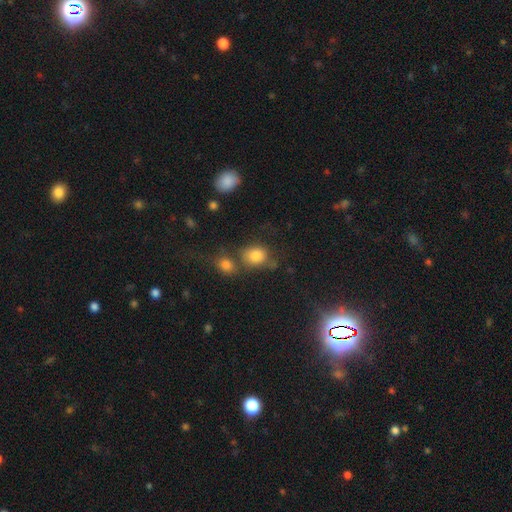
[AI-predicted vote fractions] This appears to be a smooth galaxy with no disk features (81%) that is round (55%). Merging: none (50%).